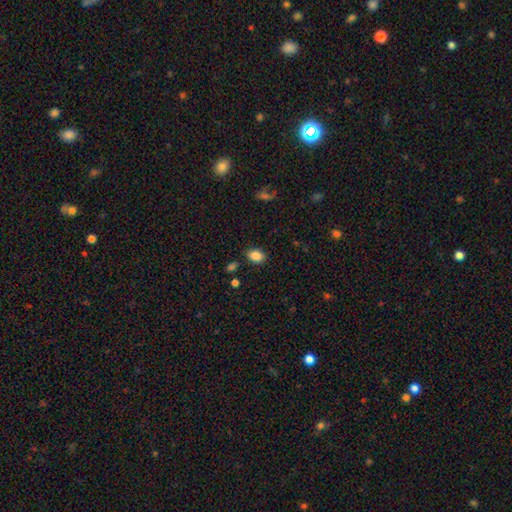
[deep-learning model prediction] Smooth or featured: smooth — 87% (star or artifact — 9%)
How rounded: in between — 80% (round — 19%)
Merging: none — 85% (minor disturbance — 10%)